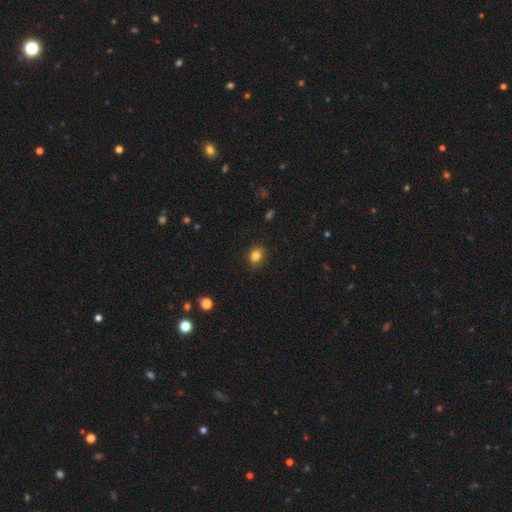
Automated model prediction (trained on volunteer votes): Morphology: type=smooth (83%); roundness=round (53%); merging=none (87%).